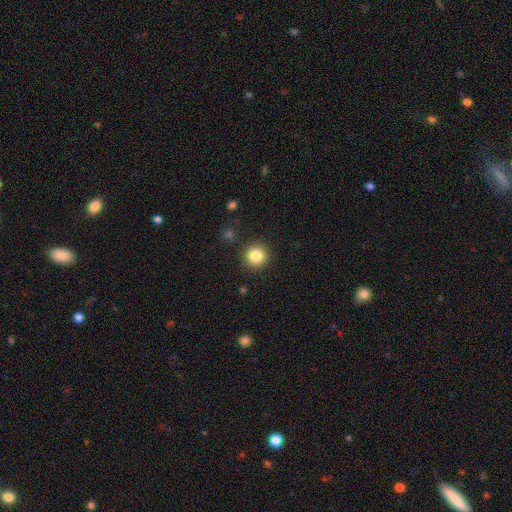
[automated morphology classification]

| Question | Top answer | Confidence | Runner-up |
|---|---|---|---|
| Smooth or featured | smooth | 85% | star or artifact (10%) |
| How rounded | round | 94% | in between (5%) |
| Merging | none | 89% | minor disturbance (7%) |